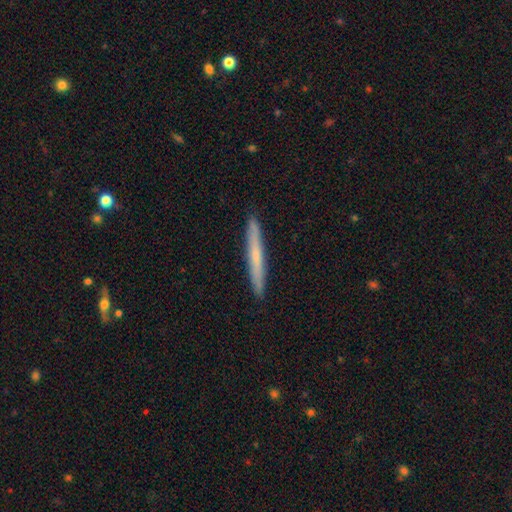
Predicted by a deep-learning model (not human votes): Smooth or featured: smooth — 53% (featured or disk — 41%)
How rounded: cigar-shaped — 97% (in between — 2%)
Merging: none — 92% (minor disturbance — 5%)